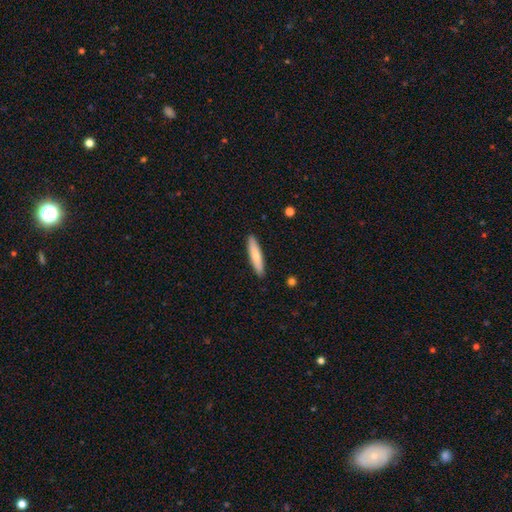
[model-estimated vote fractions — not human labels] Q: Smooth or featured?
A: smooth (73%); runner-up: featured or disk (22%)
Q: How rounded?
A: cigar-shaped (84%); runner-up: in between (14%)
Q: Merging?
A: none (90%); runner-up: minor disturbance (7%)